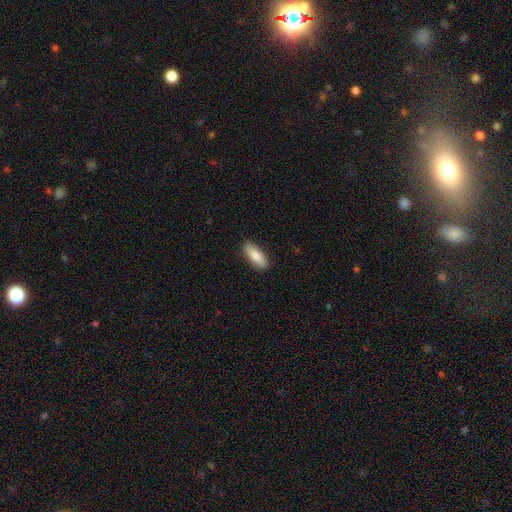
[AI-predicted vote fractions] Smooth or featured? Predicted: smooth (p=0.82). How rounded? Predicted: in between (p=0.73). Merging? Predicted: none (p=0.87).